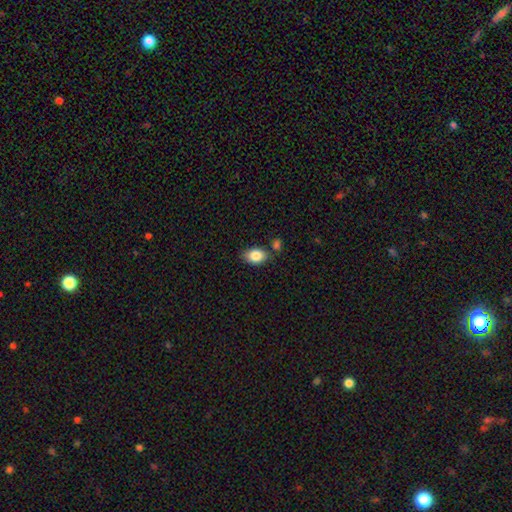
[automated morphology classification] A smooth galaxy with no disk features (85%) that is in between round and cigar-shaped (80%).

Vote fractions:
- Smooth or featured? smooth: 85% / star or artifact: 8% / featured or disk: 7%
- How rounded? in between: 80% / round: 19% / cigar-shaped: 1%
- Merging? none: 73% / minor disturbance: 14% / merger: 10% / major disturbance: 3%